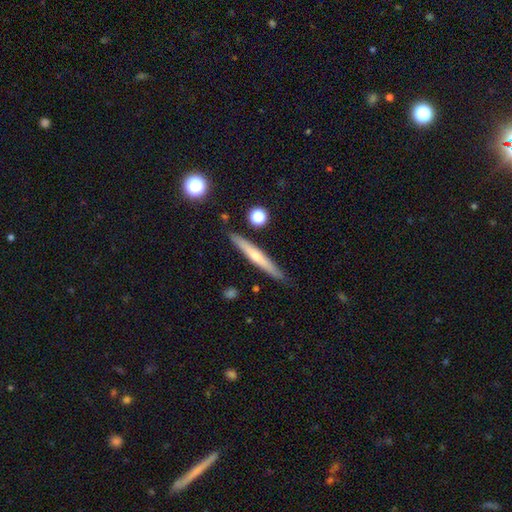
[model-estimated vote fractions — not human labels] Smooth or featured? Predicted: smooth (p=0.48). Merging? Predicted: none (p=0.88).